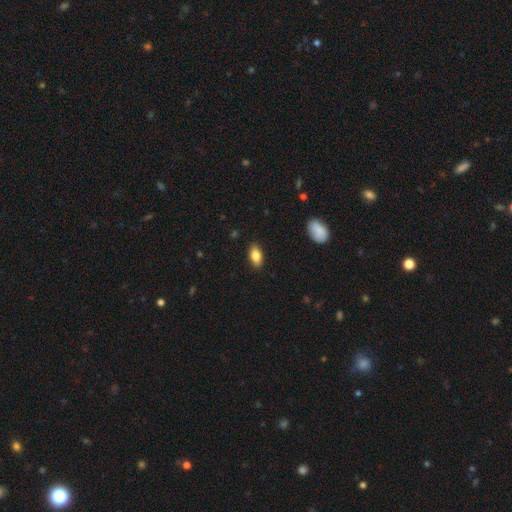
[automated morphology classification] Smooth or featured: smooth — 82% (featured or disk — 11%)
How rounded: in between — 90% (cigar-shaped — 6%)
Merging: none — 88% (minor disturbance — 9%)